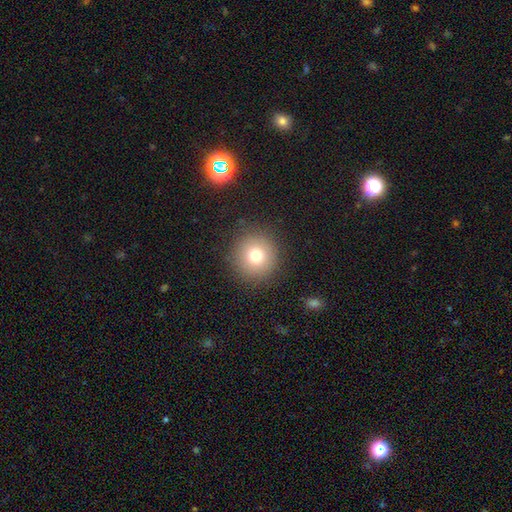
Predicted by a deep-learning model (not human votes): smooth 75%, star or artifact 13%, featured or disk 11%. Down the decision tree: how rounded — round (94%); merging — none (89%).